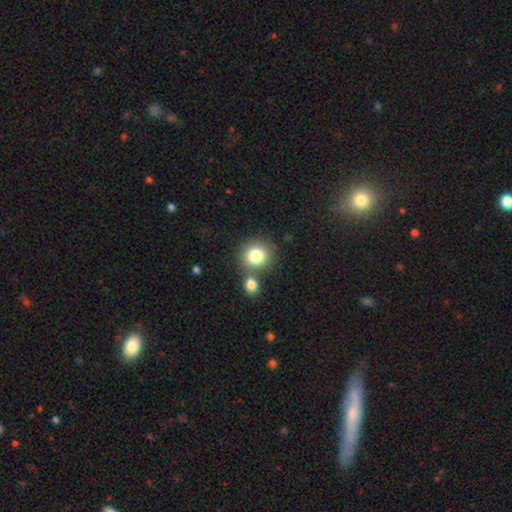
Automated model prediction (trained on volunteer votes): This is clearly a smooth galaxy (81%). How rounded: clearly round (85%). Merging: likely none (63%).